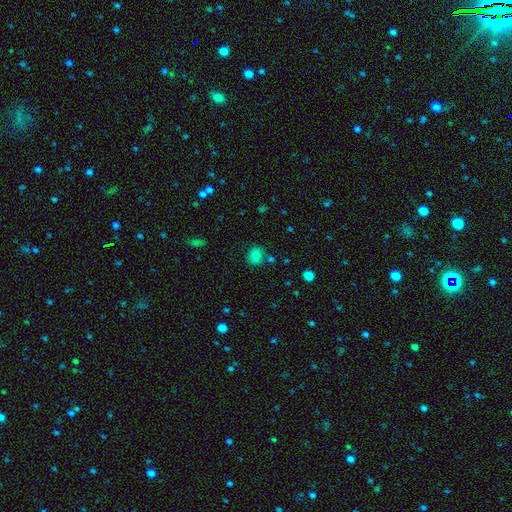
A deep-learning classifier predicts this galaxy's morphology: A smooth galaxy with no disk features (81%) that is round (65%). Merging: none (75%).